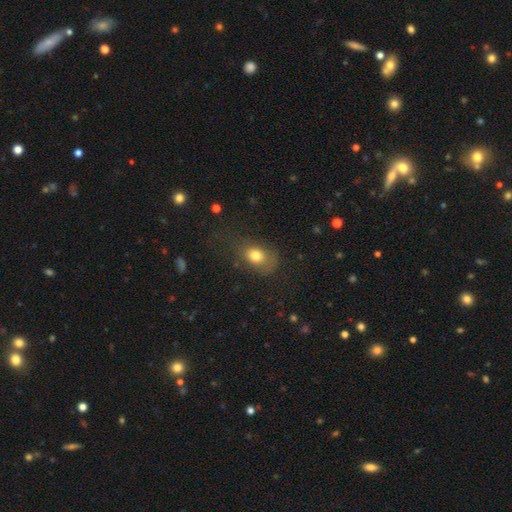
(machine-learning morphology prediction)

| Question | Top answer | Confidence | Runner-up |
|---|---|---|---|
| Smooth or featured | smooth | 77% | featured or disk (13%) |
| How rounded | in between | 70% | round (29%) |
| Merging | none | 53% | minor disturbance (25%) |